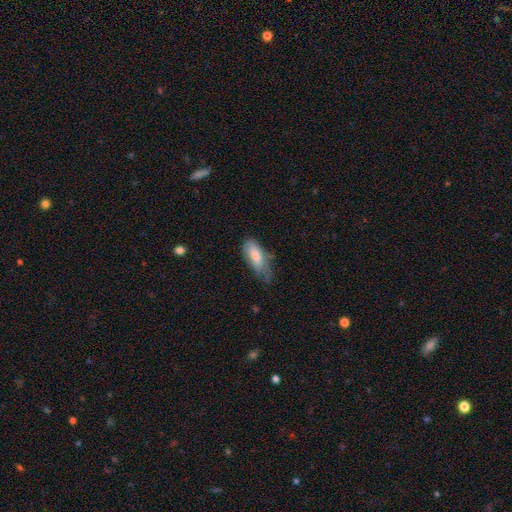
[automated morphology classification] Smooth or featured? smooth (75%)
How rounded? in between (80%)
Merging? minor disturbance (41%)